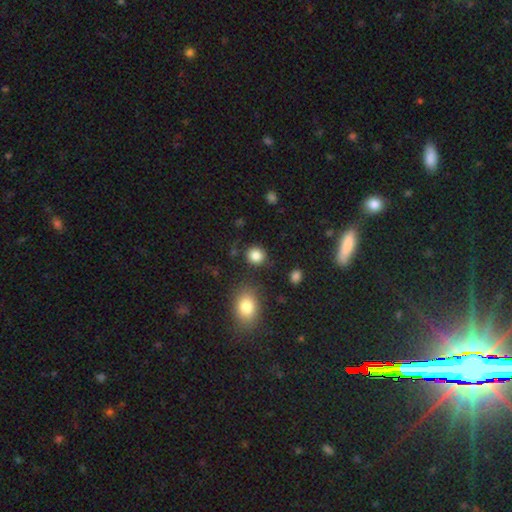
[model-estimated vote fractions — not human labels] smooth 85%, star or artifact 10%, featured or disk 5%. Down the decision tree: how rounded — round (83%); merging — none (85%).